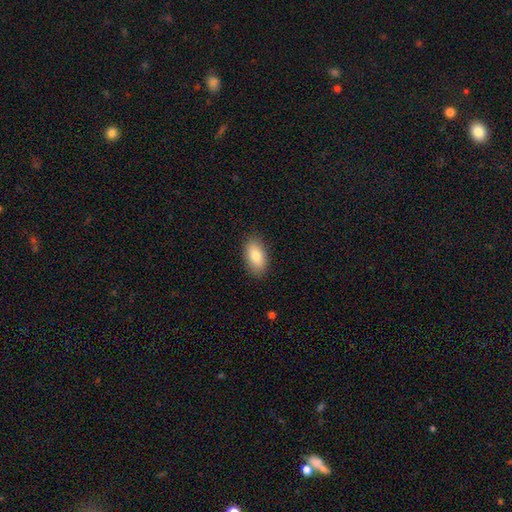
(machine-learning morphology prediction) This is clearly a smooth galaxy (81%). How rounded: clearly in between (92%). Merging: clearly none (87%).